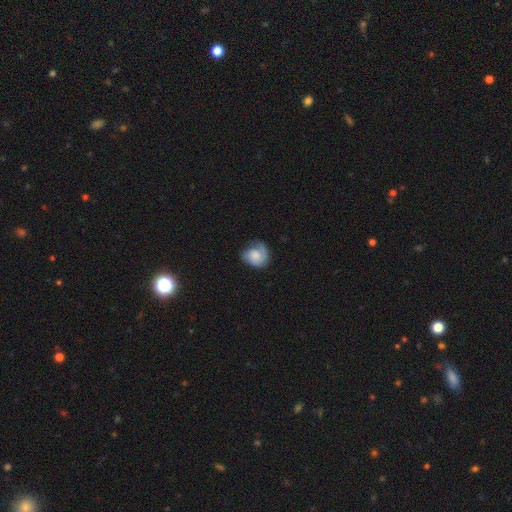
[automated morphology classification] A featured or disk galaxy (51%).

Vote fractions:
- Smooth or featured? featured or disk: 51% / smooth: 42% / star or artifact: 7%
- Edge-on disk? no: 98% / yes: 2%
- Merging? none: 59% / minor disturbance: 25% / major disturbance: 15% / merger: 2%